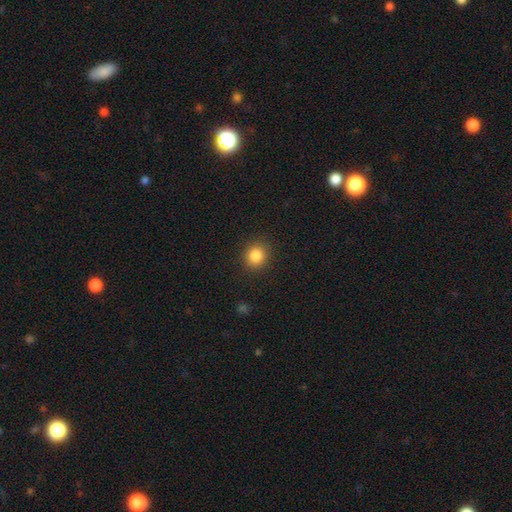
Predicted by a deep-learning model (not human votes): This appears to be a smooth galaxy with no disk features (85%) that is round (79%). Merging: none (89%).